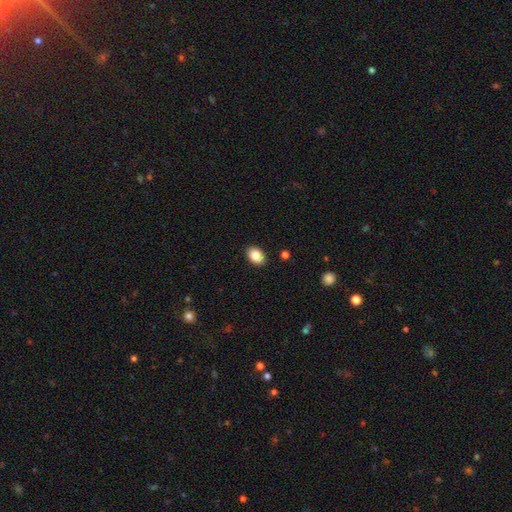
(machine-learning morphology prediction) Smooth or featured? smooth (86%)
How rounded? in between (83%)
Merging? none (89%)